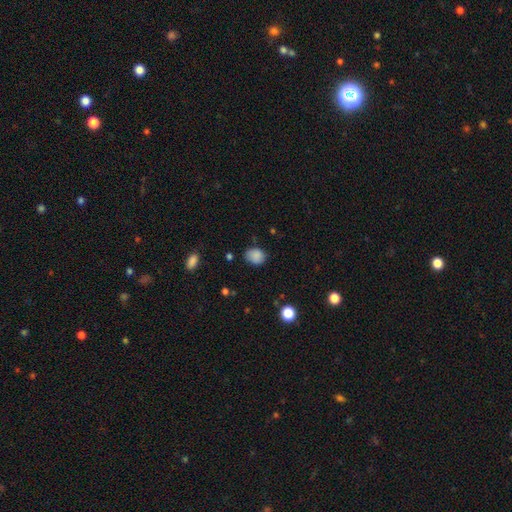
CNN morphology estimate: Smooth or featured?
  - smooth: 86% *
  - star or artifact: 10%
  - featured or disk: 5%
How rounded?
  - round: 51% *
  - in between: 49%
  - cigar-shaped: 1%
Merging?
  - none: 72% *
  - minor disturbance: 22%
  - major disturbance: 4%
  - merger: 2%